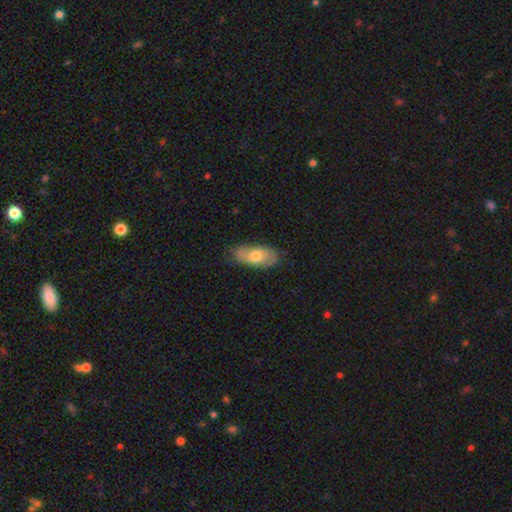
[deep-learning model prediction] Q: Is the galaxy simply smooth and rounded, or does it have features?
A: smooth — 62%.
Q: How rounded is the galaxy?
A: in between — 86%.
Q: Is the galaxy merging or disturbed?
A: none — 70%.